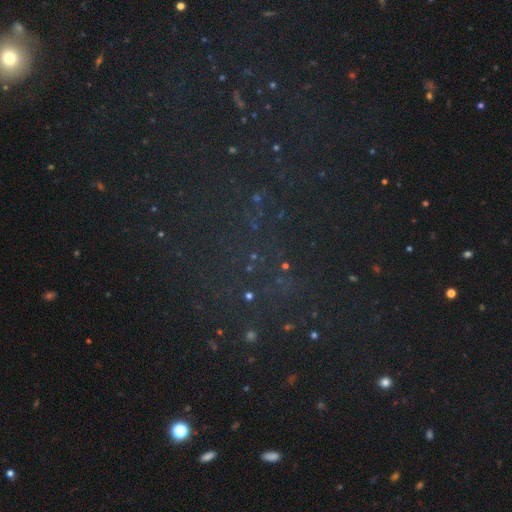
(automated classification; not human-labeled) Smooth or featured?
  - star or artifact: 74% *
  - smooth: 15%
  - featured or disk: 11%